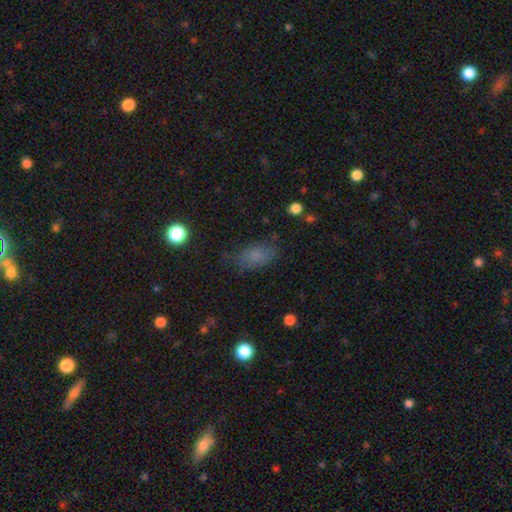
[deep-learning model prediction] Smooth or featured? smooth (78%)
How rounded? in between (88%)
Merging? none (73%)